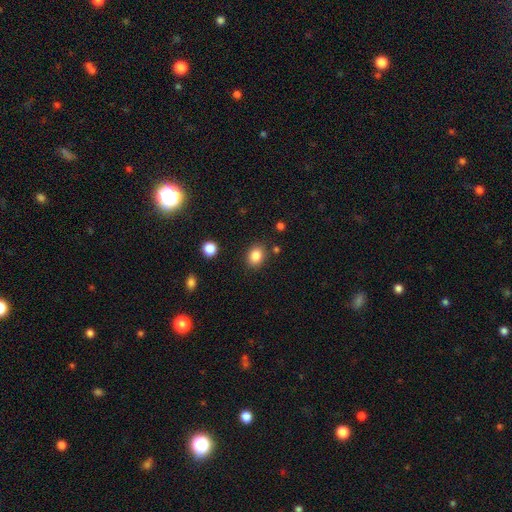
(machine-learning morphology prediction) Smooth or featured? Predicted: smooth (p=0.84). How rounded? Predicted: in between (p=0.50). Merging? Predicted: none (p=0.85).